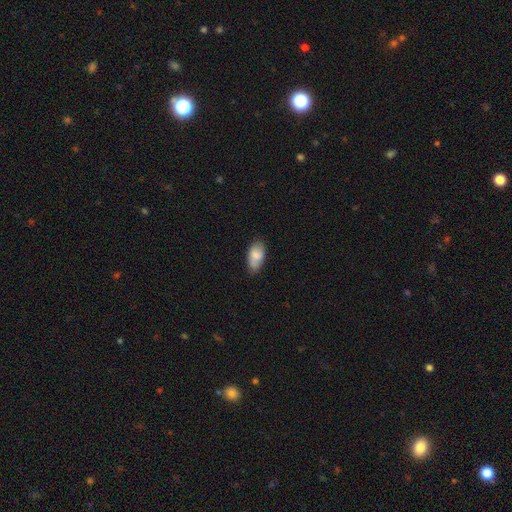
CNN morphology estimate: This is likely a smooth galaxy (80%). How rounded: clearly in between (93%). Merging: likely none (73%).